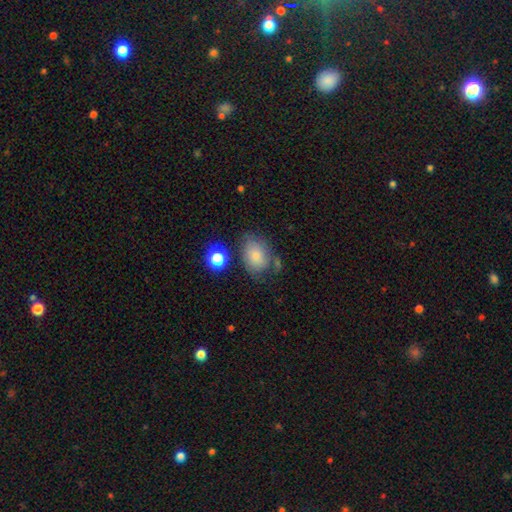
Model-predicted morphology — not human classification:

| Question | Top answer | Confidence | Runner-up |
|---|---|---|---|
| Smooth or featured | smooth | 78% | featured or disk (13%) |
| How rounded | in between | 75% | round (24%) |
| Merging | none | 56% | minor disturbance (24%) |